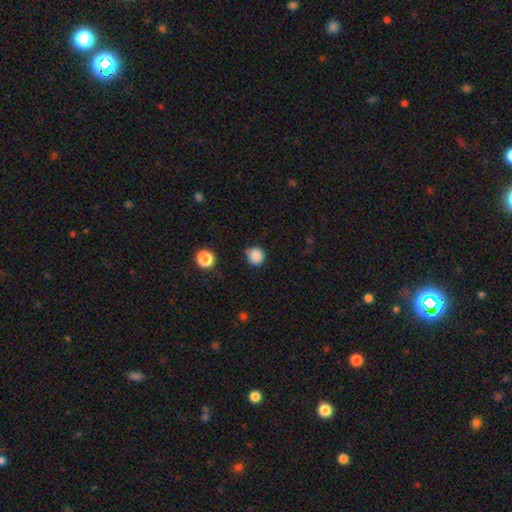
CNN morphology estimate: Overall: smooth (86%). How rounded: round (92%). Merging: none (78%).